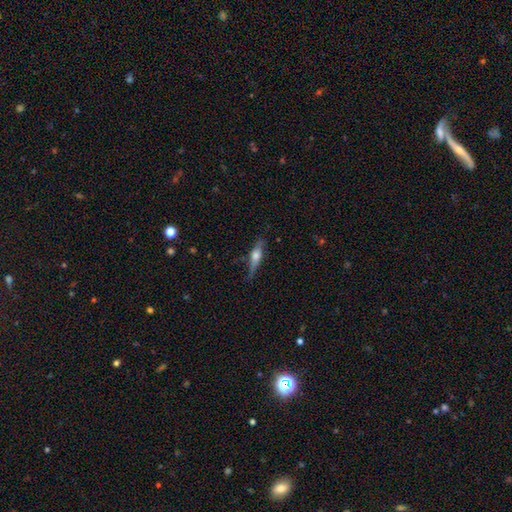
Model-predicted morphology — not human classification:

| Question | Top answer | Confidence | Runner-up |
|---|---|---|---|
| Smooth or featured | featured or disk | 52% | smooth (41%) |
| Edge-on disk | yes | 89% | no (11%) |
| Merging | none | 67% | minor disturbance (24%) |